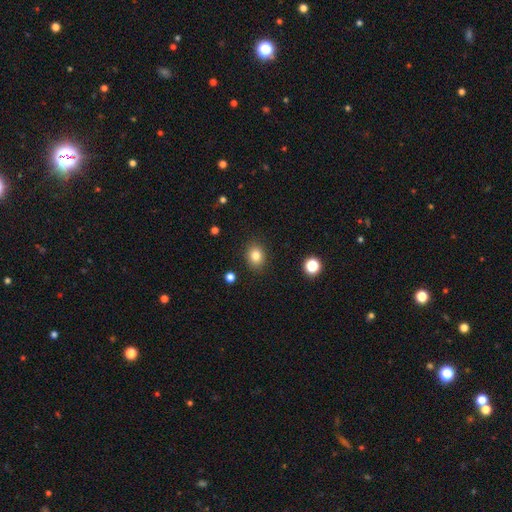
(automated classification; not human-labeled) A smooth galaxy with no disk features (82%) that is round (51%). Merging: none (88%).